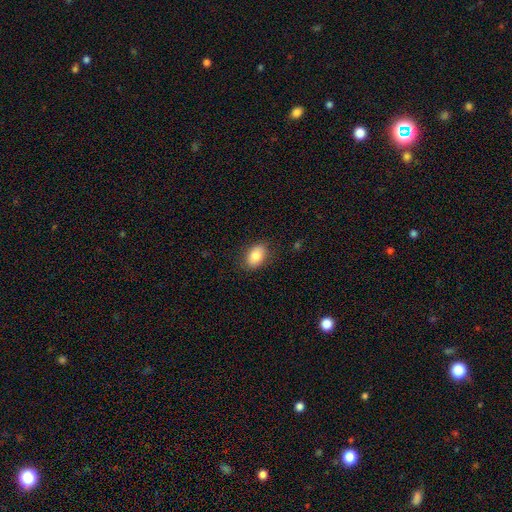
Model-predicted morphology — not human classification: type=smooth (83%); roundness=in between (84%); merging=none (85%).